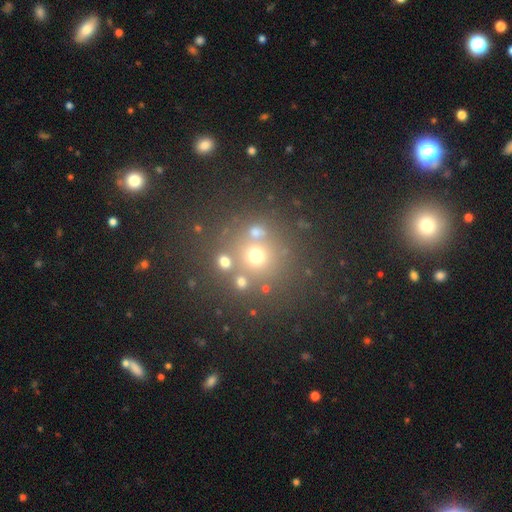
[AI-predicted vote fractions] Smooth or featured? Predicted: smooth (p=0.61). How rounded? Predicted: round (p=0.89). Merging? Predicted: none (p=0.69).